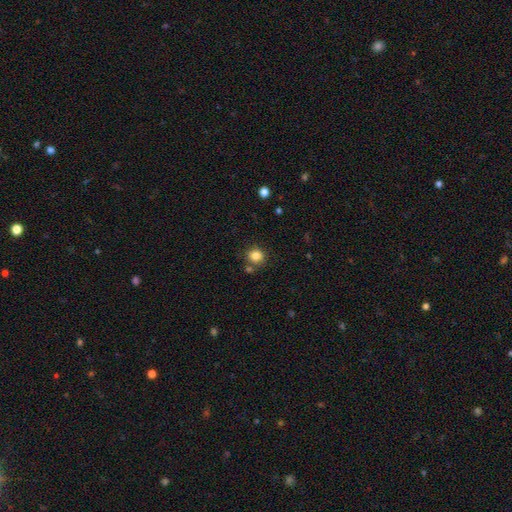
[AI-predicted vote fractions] This appears to be a smooth galaxy with no disk features (84%) that is round (80%). Merging: none (74%).